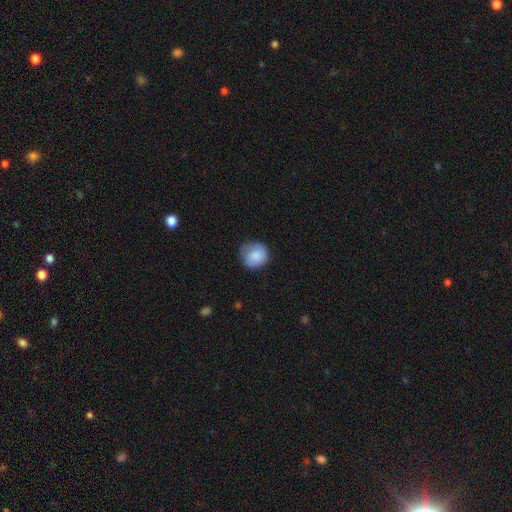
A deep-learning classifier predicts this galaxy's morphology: smooth 83%, featured or disk 10%, star or artifact 7%. Down the decision tree: how rounded — round (87%); merging — none (69%).